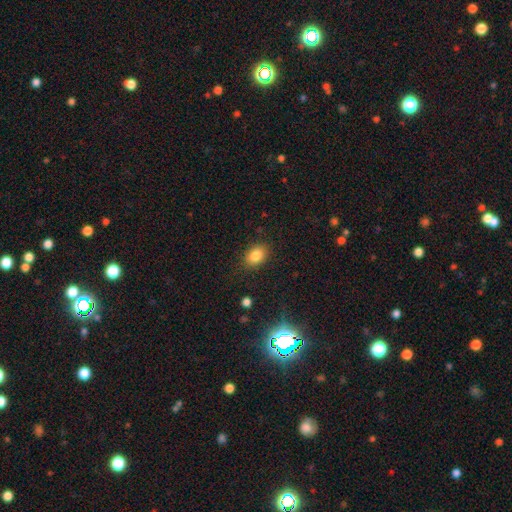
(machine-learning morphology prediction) Smooth or featured: smooth — 83% (star or artifact — 10%)
How rounded: in between — 77% (round — 22%)
Merging: none — 85% (minor disturbance — 10%)